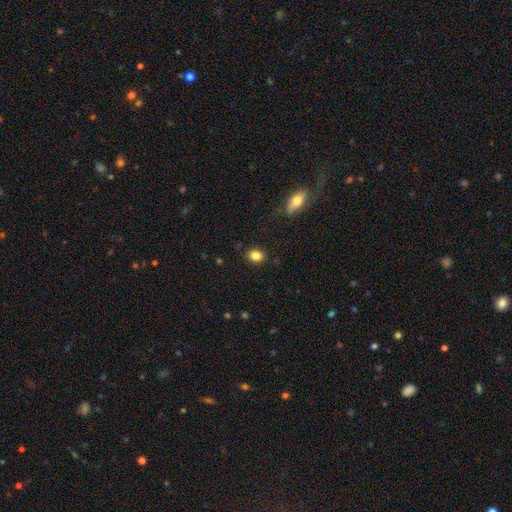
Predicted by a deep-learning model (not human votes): smooth_or_featured: smooth (p=0.84) [alt: star or artifact p=0.10]
how_rounded: in between (p=0.56) [alt: round p=0.42]
merging: none (p=0.87) [alt: minor disturbance p=0.10]